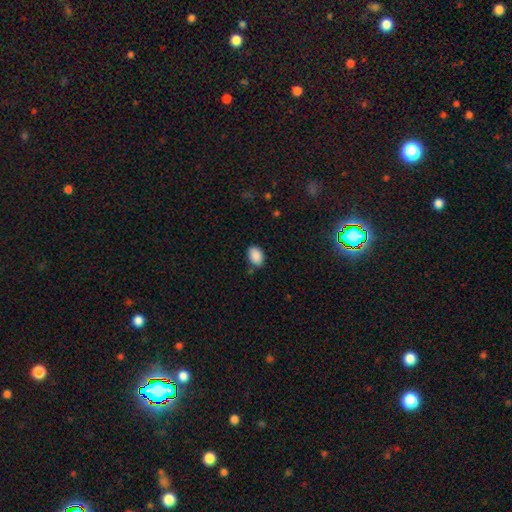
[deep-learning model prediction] smooth_or_featured: smooth (p=0.89) [alt: star or artifact p=0.07]
how_rounded: in between (p=0.83) [alt: round p=0.16]
merging: none (p=0.79) [alt: minor disturbance p=0.15]